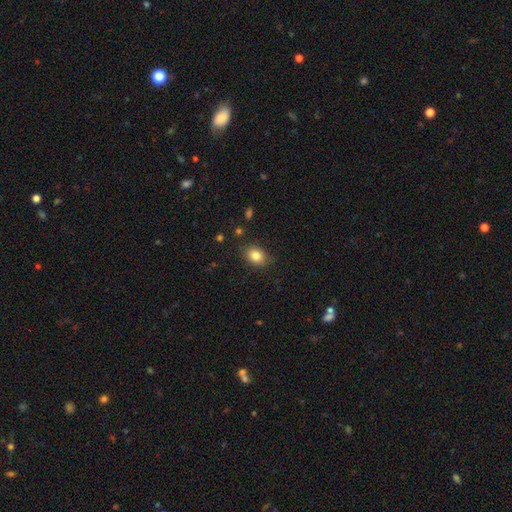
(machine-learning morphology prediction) smooth-or-featured: smooth: 83% | star or artifact: 10% | featured or disk: 7%
  how-rounded: in between: 61% | round: 37% | cigar-shaped: 1%
  merging: none: 82% | minor disturbance: 13% | major disturbance: 3% | merger: 1%